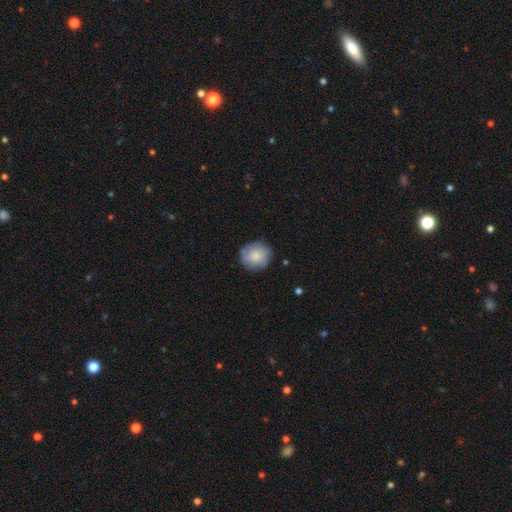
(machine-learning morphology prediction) A smooth galaxy with no disk features (77%) that is round (85%). Merging: none (80%).